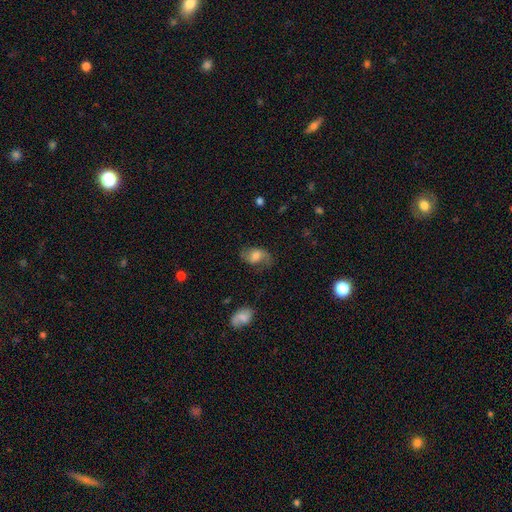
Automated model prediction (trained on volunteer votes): A featured or disk galaxy (45%, tied with smooth). Merging: none (56%).